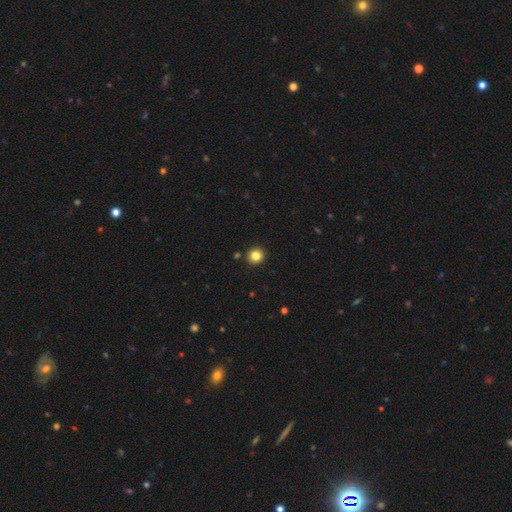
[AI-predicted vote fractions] Overall: smooth (83%). How rounded: round (93%). Merging: none (91%).